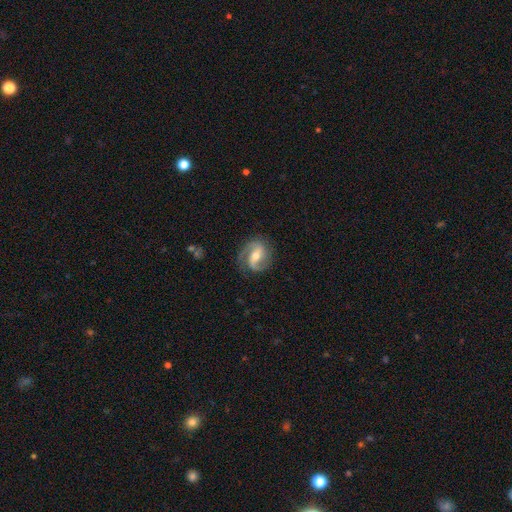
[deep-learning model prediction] Smooth or featured?
  - featured or disk: 87% *
  - smooth: 8%
  - star or artifact: 5%
Edge-on disk?
  - no: 97% *
  - yes: 3%
Bar?
  - weak: 42% *
  - strong: 31%
  - no: 27%
Spiral arms?
  - yes: 96% *
  - no: 4%
Spiral winding?
  - medium: 50% *
  - loose: 31%
  - tight: 19%
Spiral arm count?
  - 2: 87% *
  - 1: 6%
  - can't tell: 3%
  - 3: 2%
  - 4: 1%
  - more than 4: 1%
Bulge size?
  - moderate: 63% *
  - small: 32%
  - large: 3%
  - none: 1%
  - dominant: 1%
Merging?
  - none: 79% *
  - minor disturbance: 14%
  - major disturbance: 6%
  - merger: 1%